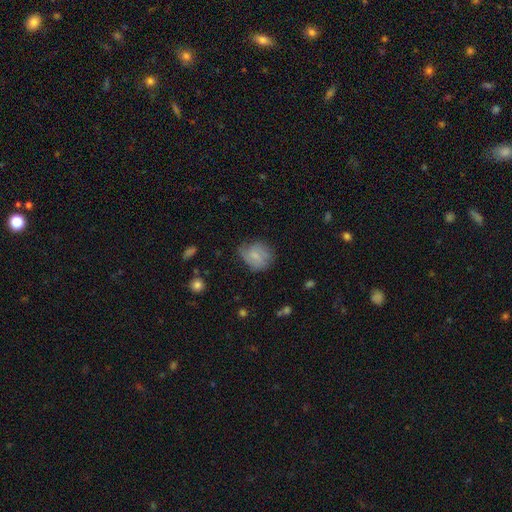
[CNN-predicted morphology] A smooth galaxy with no disk features (64%) that is round (65%). Merging: none (54%).